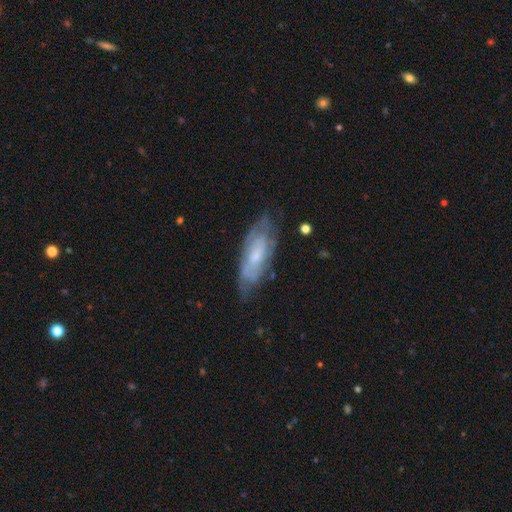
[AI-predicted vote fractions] A featured or disk galaxy (64%) with no bar (65%), spiral arms (75%) and a small central bulge (49%). Merging: none (66%).